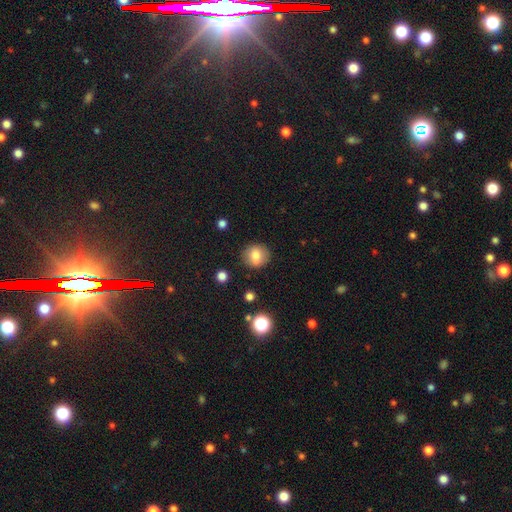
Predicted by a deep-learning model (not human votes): A smooth galaxy with no disk features (74%) that is round (80%).

Vote fractions:
- Smooth or featured? smooth: 74% / featured or disk: 16% / star or artifact: 10%
- How rounded? round: 80% / in between: 19% / cigar-shaped: 1%
- Merging? none: 84% / minor disturbance: 11% / major disturbance: 3% / merger: 2%